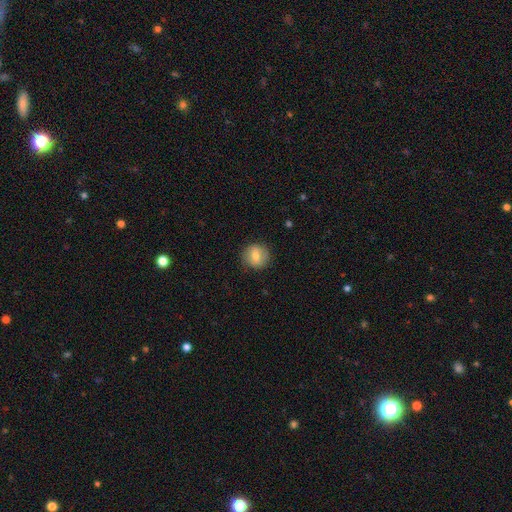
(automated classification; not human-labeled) This appears to be a smooth galaxy with no disk features (71%) that is round (91%). Merging: none (87%).